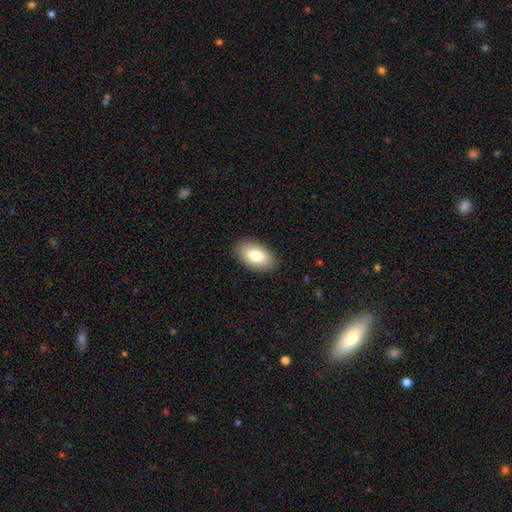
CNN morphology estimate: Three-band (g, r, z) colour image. It shows a smooth galaxy with no disk features (81%) that is in between round and cigar-shaped (94%). Merging: none (89%).